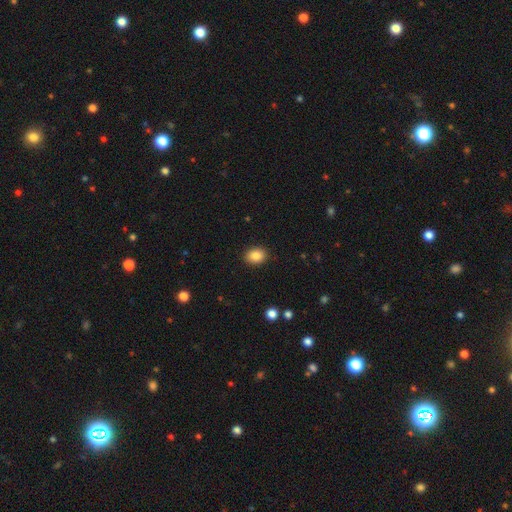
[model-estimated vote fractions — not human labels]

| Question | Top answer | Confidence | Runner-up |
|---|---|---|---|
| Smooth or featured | smooth | 86% | star or artifact (9%) |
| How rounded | in between | 61% | round (38%) |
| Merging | none | 90% | minor disturbance (7%) |